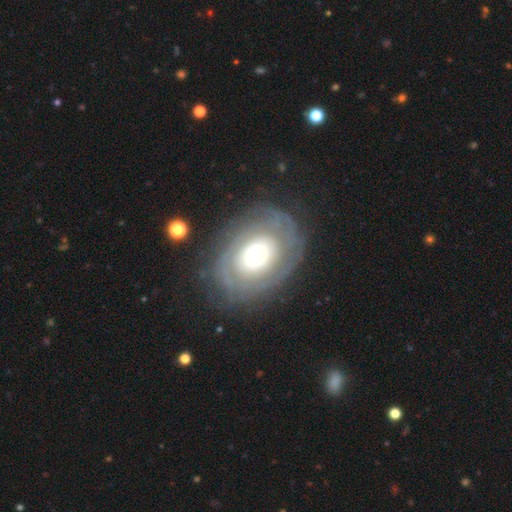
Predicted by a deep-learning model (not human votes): Q: Smooth or featured?
A: featured or disk (71%); runner-up: smooth (23%)
Q: Edge-on disk?
A: no (96%); runner-up: yes (4%)
Q: Bar?
A: no (85%); runner-up: weak (10%)
Q: Spiral arms?
A: yes (63%); runner-up: no (37%)
Q: Bulge size?
A: moderate (59%); runner-up: small (22%)
Q: Merging?
A: none (75%); runner-up: minor disturbance (15%)